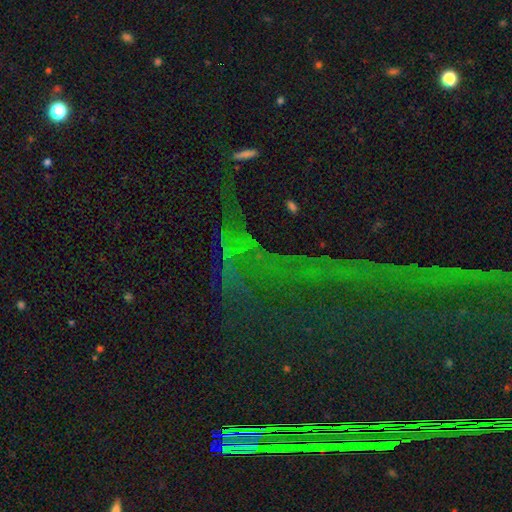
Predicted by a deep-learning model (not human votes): Morphology: type=star or artifact (84%).